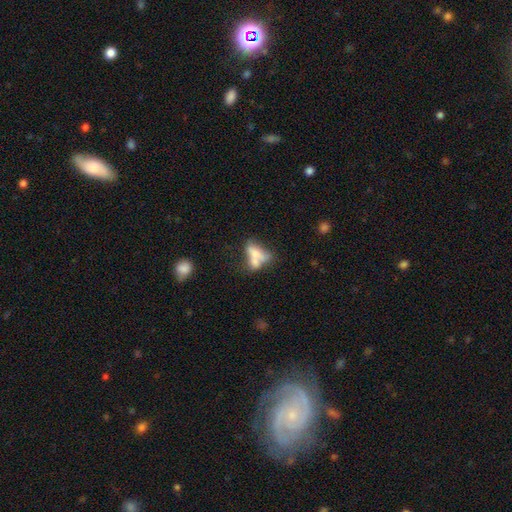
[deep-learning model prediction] A smooth galaxy with no disk features (57%) that is in between round and cigar-shaped (74%).

Vote fractions:
- Smooth or featured? smooth: 57% / featured or disk: 33% / star or artifact: 10%
- How rounded? in between: 74% / cigar-shaped: 17% / round: 9%
- Merging? merger: 50% / none: 23% / major disturbance: 15% / minor disturbance: 13%